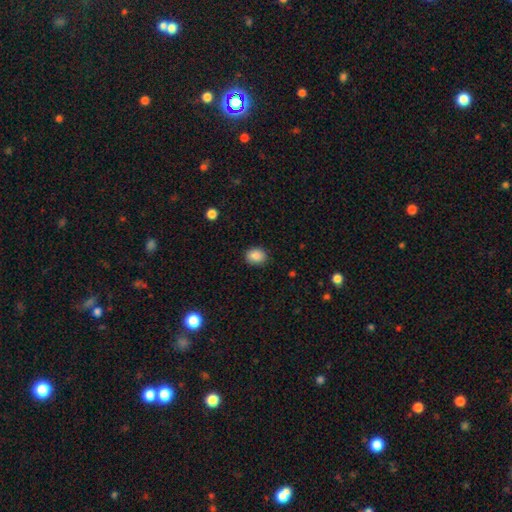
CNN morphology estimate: Smooth or featured? smooth (88%)
How rounded? round (54%)
Merging? none (87%)